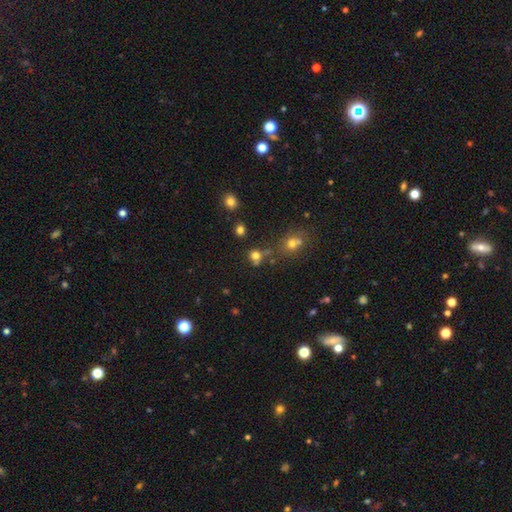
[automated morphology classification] smooth-or-featured: smooth: 71% | star or artifact: 20% | featured or disk: 9%
  how-rounded: round: 85% | in between: 14% | cigar-shaped: 1%
  merging: none: 60% | merger: 22% | minor disturbance: 12% | major disturbance: 6%